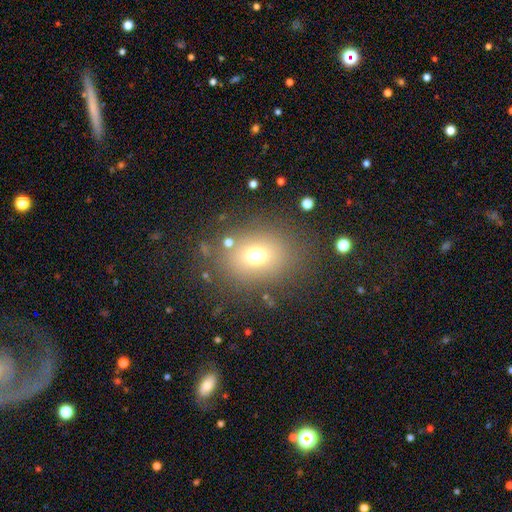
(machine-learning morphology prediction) Overall: smooth (70%). How rounded: round (51%; in between 48%). Merging: none (77%).